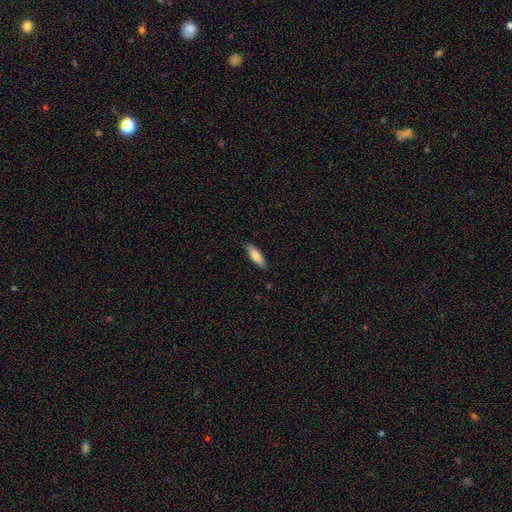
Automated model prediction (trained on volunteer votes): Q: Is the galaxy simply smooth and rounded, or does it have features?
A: smooth — 81%.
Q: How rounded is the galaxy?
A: in between — 53%.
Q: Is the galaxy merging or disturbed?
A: none — 85%.